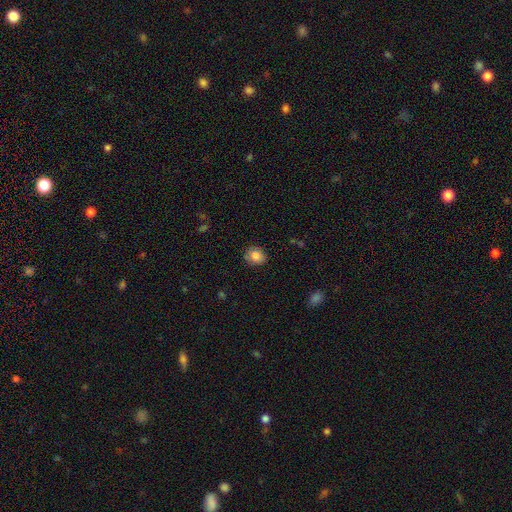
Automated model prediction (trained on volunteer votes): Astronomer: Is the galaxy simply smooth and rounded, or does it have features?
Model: smooth — 80%.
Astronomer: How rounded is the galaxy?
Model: round — 75%.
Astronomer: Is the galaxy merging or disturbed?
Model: none — 81%.